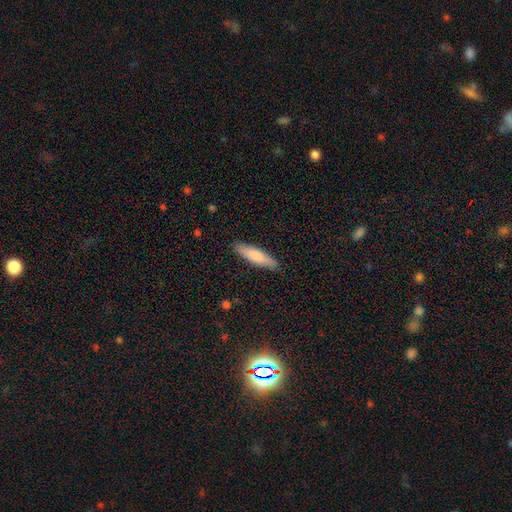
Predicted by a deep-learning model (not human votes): smooth-or-featured: smooth: 76% | featured or disk: 19% | star or artifact: 5%
  how-rounded: cigar-shaped: 76% | in between: 23% | round: 1%
  merging: none: 89% | minor disturbance: 8% | major disturbance: 2% | merger: 1%